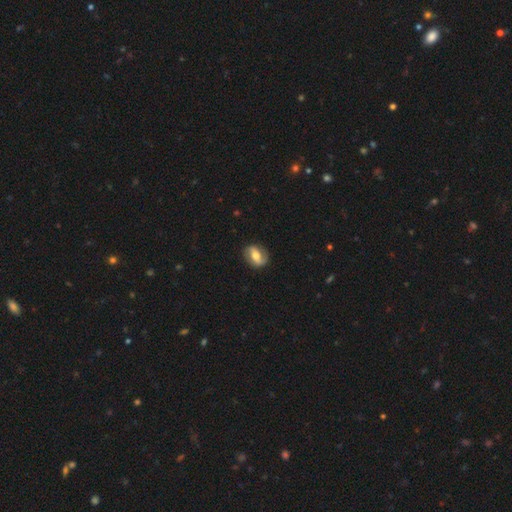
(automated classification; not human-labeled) Overall: featured or disk (58%; smooth 36%). Edge-on disk: no (92%). Bar: strong (44%; weak 34%). Spiral arms: yes (67%; no 33%). Bulge size: moderate (70%). Merging: none (84%).